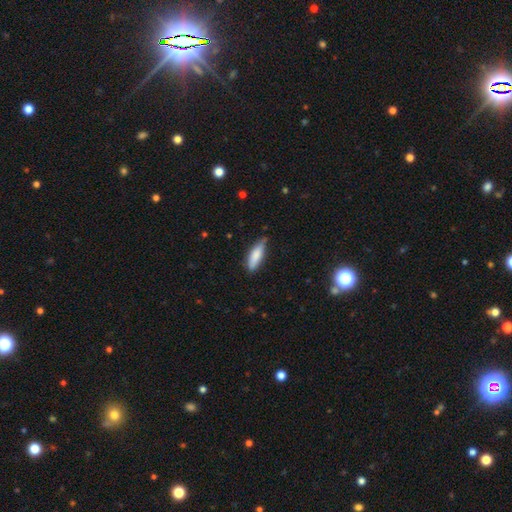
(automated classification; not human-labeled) A smooth galaxy with no disk features (80%) that is cigar-shaped (51%).

Vote fractions:
- Smooth or featured? smooth: 80% / featured or disk: 14% / star or artifact: 6%
- How rounded? cigar-shaped: 51% / in between: 47% / round: 2%
- Merging? none: 68% / minor disturbance: 26% / major disturbance: 4% / merger: 2%